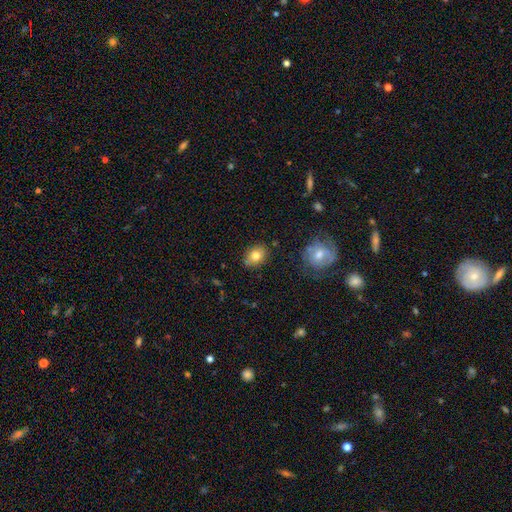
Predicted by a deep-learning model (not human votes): Overall: smooth (79%). How rounded: in between (61%; round 37%). Merging: none (82%).